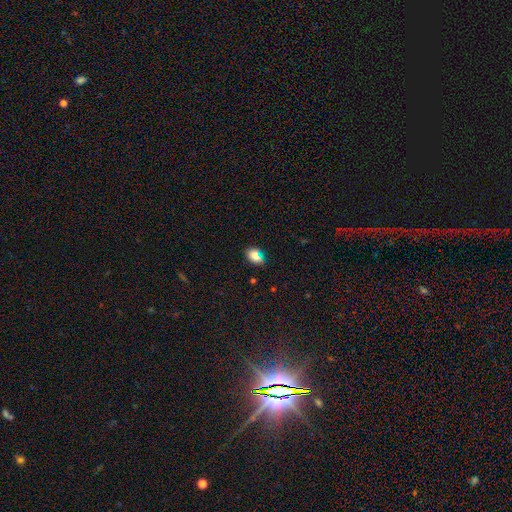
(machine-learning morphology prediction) smooth-or-featured: smooth: 79% | star or artifact: 11% | featured or disk: 9%
  how-rounded: in between: 76% | round: 22% | cigar-shaped: 2%
  merging: none: 67% | minor disturbance: 21% | merger: 8% | major disturbance: 4%